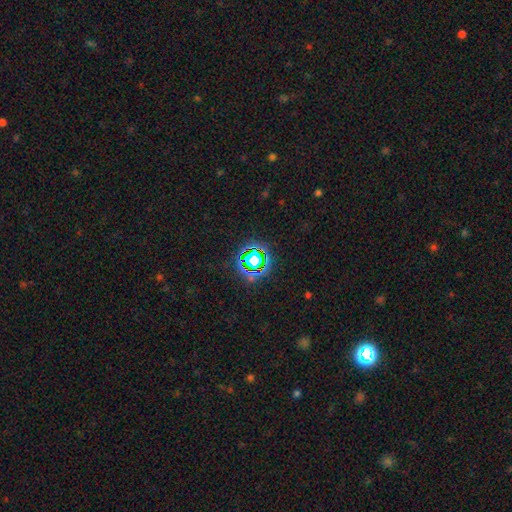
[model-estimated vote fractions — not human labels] A star or artifact, not a galaxy (75%).

Vote fractions:
- Smooth or featured? star or artifact: 75% / smooth: 16% / featured or disk: 9%